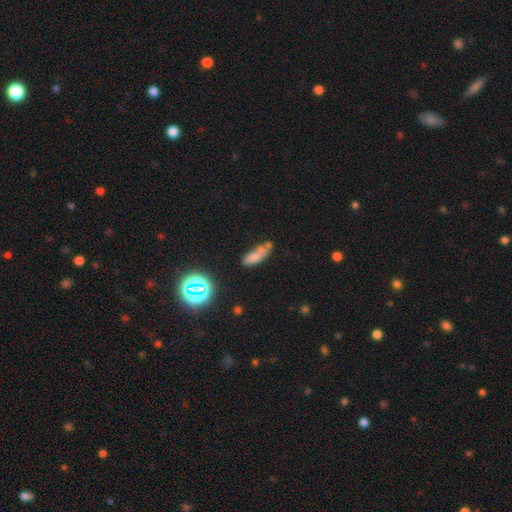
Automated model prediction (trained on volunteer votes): Morphology: type=smooth (68%); roundness=in between (71%); merging=none (43%).